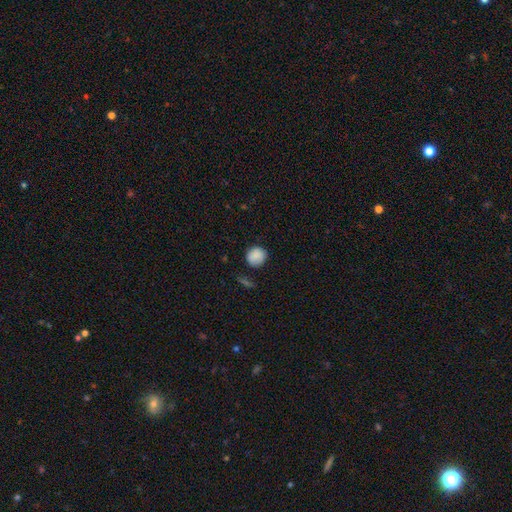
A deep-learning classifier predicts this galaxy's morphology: A smooth galaxy with no disk features (88%) that is round (87%). Merging: none (82%).